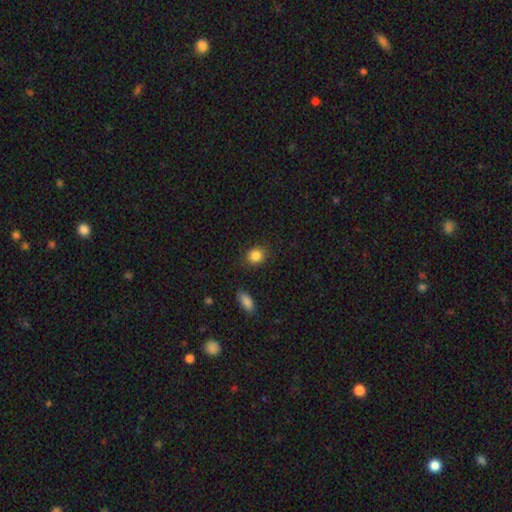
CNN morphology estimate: Smooth or featured: smooth — 86% (star or artifact — 9%)
How rounded: round — 68% (in between — 31%)
Merging: none — 87% (minor disturbance — 8%)